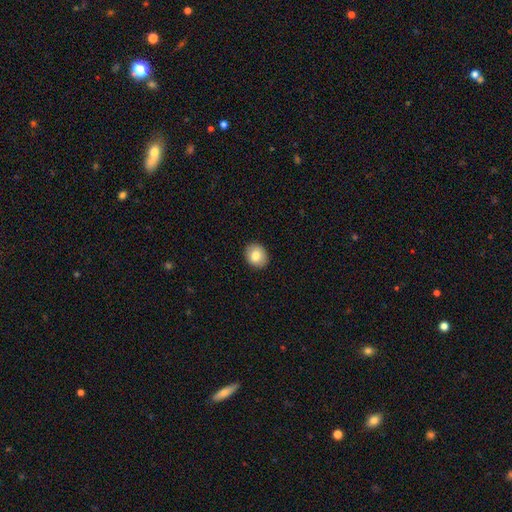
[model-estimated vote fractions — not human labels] This is clearly a smooth galaxy (81%). How rounded: likely round (64%). Merging: clearly none (90%).